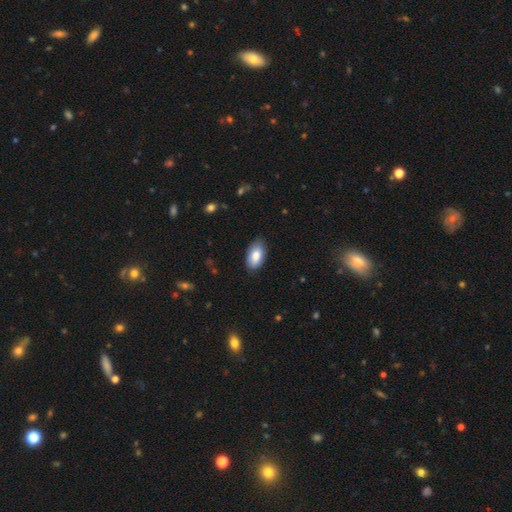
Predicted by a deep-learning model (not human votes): smooth_or_featured: smooth (p=0.82) [alt: featured or disk p=0.12]
how_rounded: in between (p=0.94) [alt: round p=0.04]
merging: none (p=0.82) [alt: minor disturbance p=0.15]